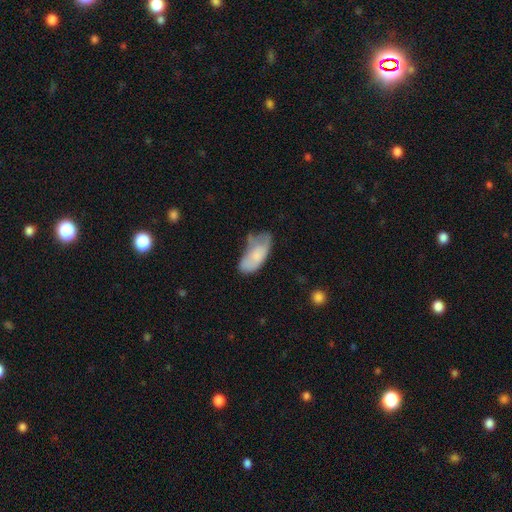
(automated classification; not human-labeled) Smooth or featured: smooth — 71% (featured or disk — 23%)
How rounded: in between — 90% (cigar-shaped — 8%)
Merging: minor disturbance — 37% (none — 33%)